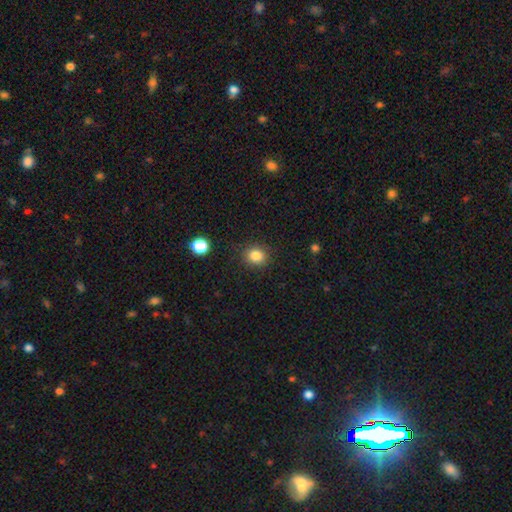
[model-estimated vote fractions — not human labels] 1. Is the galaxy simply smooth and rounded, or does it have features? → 84% smooth, 11% star or artifact, 5% featured or disk.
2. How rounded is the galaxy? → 74% round, 25% in between, 1% cigar-shaped.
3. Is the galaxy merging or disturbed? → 87% none, 9% minor disturbance, 3% major disturbance, 2% merger.